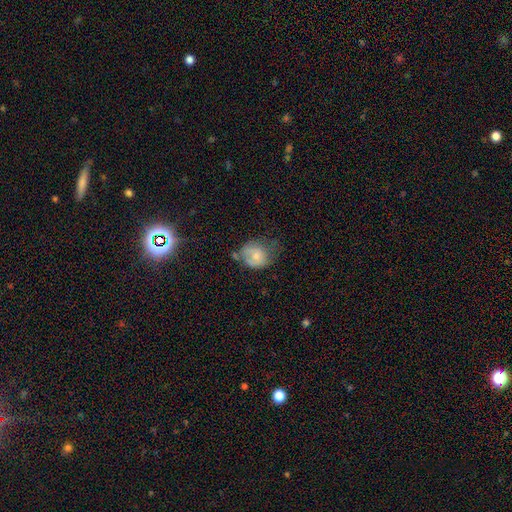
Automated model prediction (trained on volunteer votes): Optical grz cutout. It shows a smooth galaxy with no disk features (64%) that is round (59%). Merging: minor disturbance (35%).